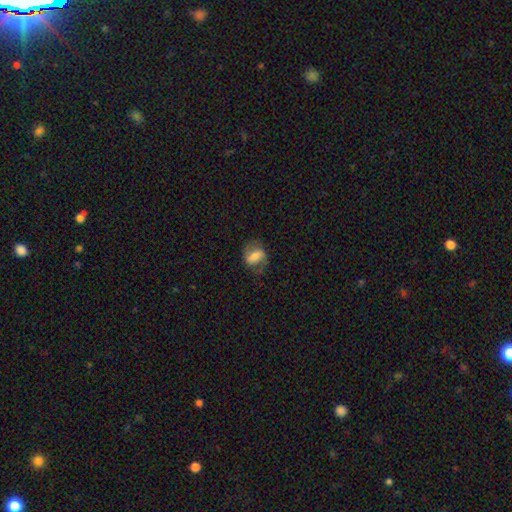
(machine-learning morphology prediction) Smooth or featured: featured or disk — 51% (smooth — 41%)
Edge-on disk: no — 95% (yes — 5%)
Merging: none — 66% (minor disturbance — 20%)